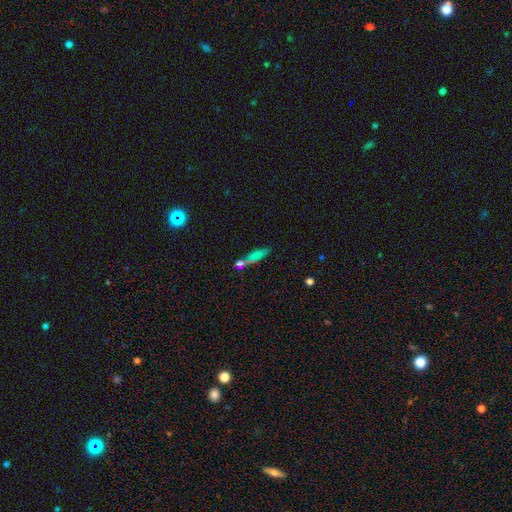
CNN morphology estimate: This appears to be a smooth galaxy with no disk features (64%) that is cigar-shaped (65%). Merging: none (60%).